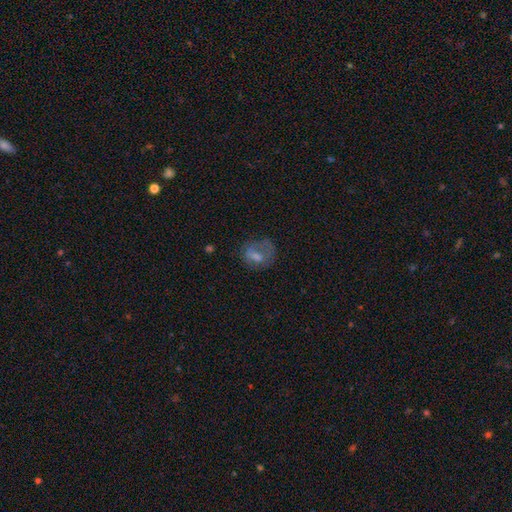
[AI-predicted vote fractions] A smooth galaxy with no disk features (50%). Merging: none (45%).